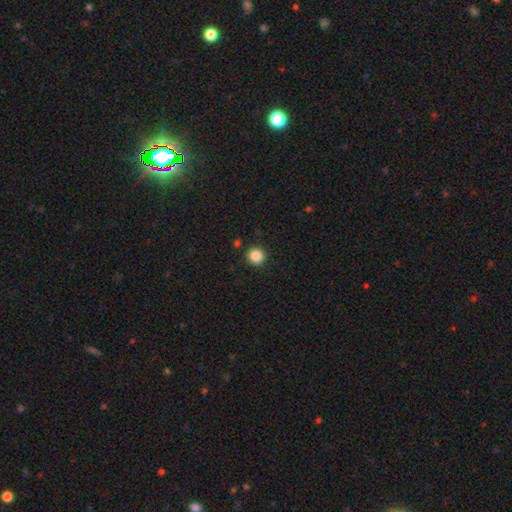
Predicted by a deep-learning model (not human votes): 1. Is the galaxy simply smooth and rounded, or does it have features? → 87% smooth, 10% star or artifact, 3% featured or disk.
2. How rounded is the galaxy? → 93% round, 6% in between, 1% cigar-shaped.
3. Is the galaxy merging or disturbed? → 92% none, 5% minor disturbance, 2% major disturbance, 2% merger.